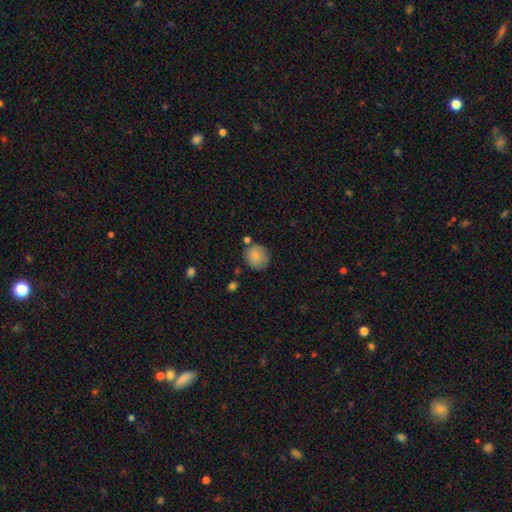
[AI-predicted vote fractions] Smooth or featured?
  - smooth: 82% *
  - featured or disk: 10%
  - star or artifact: 8%
How rounded?
  - round: 89% *
  - in between: 10%
  - cigar-shaped: 1%
Merging?
  - none: 76% *
  - minor disturbance: 13%
  - merger: 7%
  - major disturbance: 3%